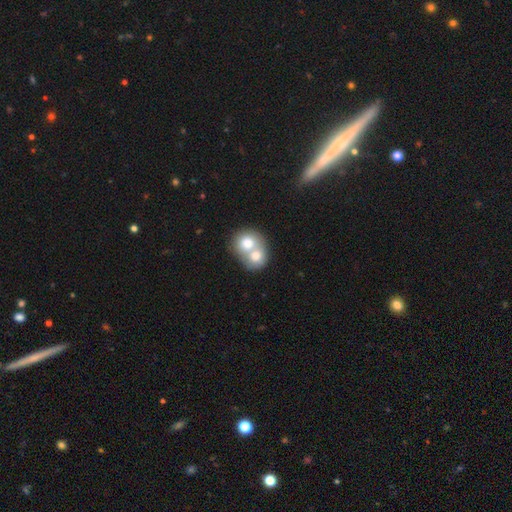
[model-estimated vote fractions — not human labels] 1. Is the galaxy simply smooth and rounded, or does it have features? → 70% smooth, 23% featured or disk, 7% star or artifact.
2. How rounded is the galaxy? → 64% round, 35% in between, 1% cigar-shaped.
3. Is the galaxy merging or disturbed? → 77% merger, 16% none, 5% minor disturbance, 2% major disturbance.